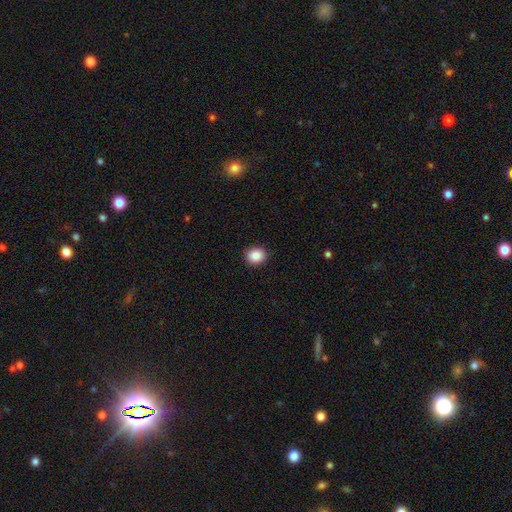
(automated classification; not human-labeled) Smooth or featured?
  - smooth: 87% *
  - star or artifact: 9%
  - featured or disk: 4%
How rounded?
  - round: 75% *
  - in between: 24%
  - cigar-shaped: 1%
Merging?
  - none: 92% *
  - minor disturbance: 6%
  - major disturbance: 2%
  - merger: 1%